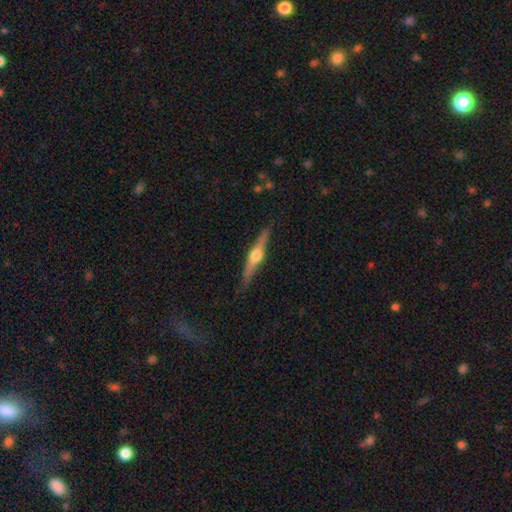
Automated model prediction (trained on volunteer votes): A featured or disk galaxy (72%) viewed edge-on (97%) with a rounded central bulge (94%).

Vote fractions:
- Smooth or featured? featured or disk: 72% / smooth: 23% / star or artifact: 5%
- Edge-on disk? yes: 97% / no: 3%
- Edge-on bulge? rounded: 94% / boxy: 4% / none: 3%
- Merging? none: 86% / minor disturbance: 11% / major disturbance: 2% / merger: 1%